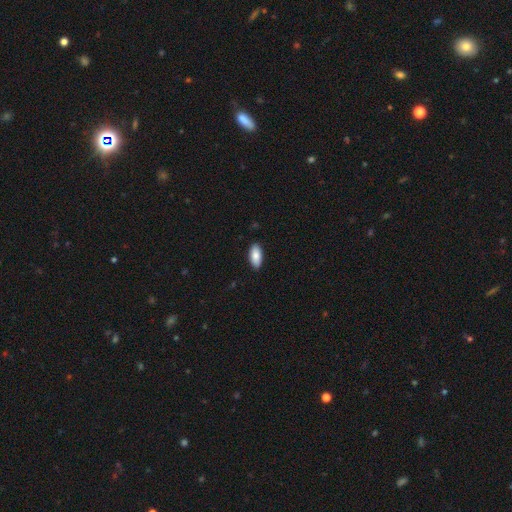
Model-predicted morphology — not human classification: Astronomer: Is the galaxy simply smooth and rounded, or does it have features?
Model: smooth — 85%.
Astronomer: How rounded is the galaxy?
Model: in between — 91%.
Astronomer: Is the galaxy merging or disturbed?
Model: none — 88%.